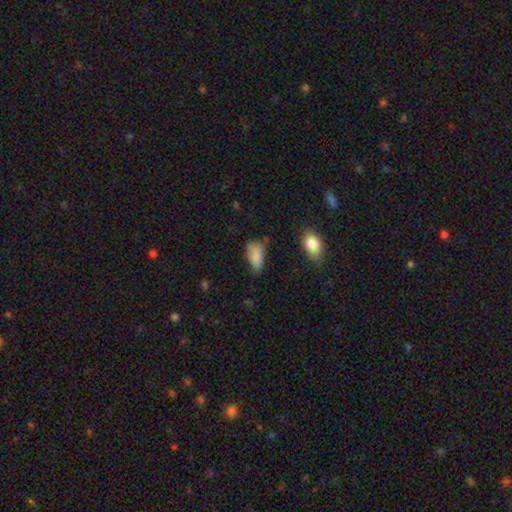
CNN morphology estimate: smooth 82%, featured or disk 9%, star or artifact 9%. Down the decision tree: how rounded — in between (90%); merging — none (45%).